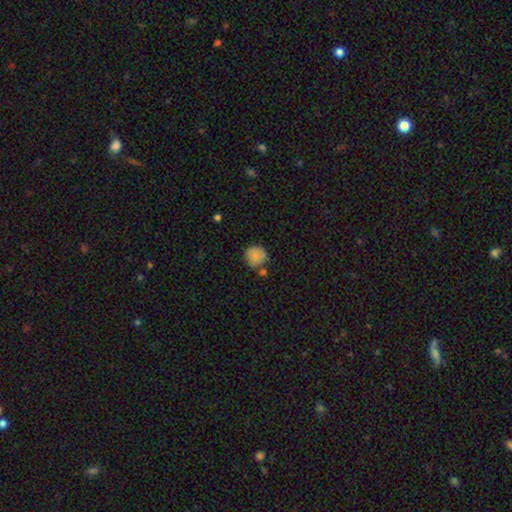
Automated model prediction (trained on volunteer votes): smooth_or_featured: smooth (p=0.84) [alt: star or artifact p=0.09]
how_rounded: round (p=0.91) [alt: in between p=0.08]
merging: none (p=0.70) [alt: minor disturbance p=0.16]